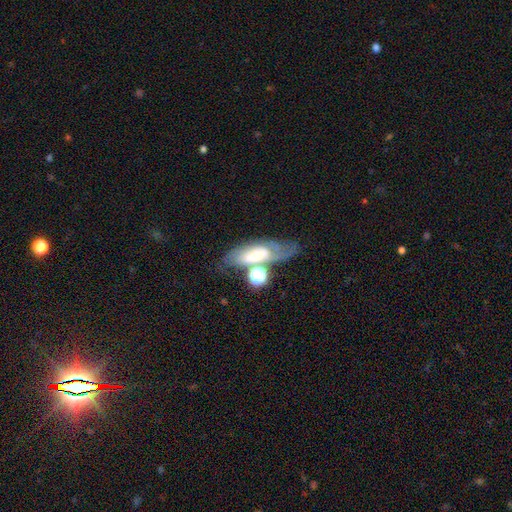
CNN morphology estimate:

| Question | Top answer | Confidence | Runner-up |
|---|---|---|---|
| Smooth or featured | featured or disk | 59% | smooth (29%) |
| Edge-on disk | no | 84% | yes (16%) |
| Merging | none | 41% | merger (25%) |